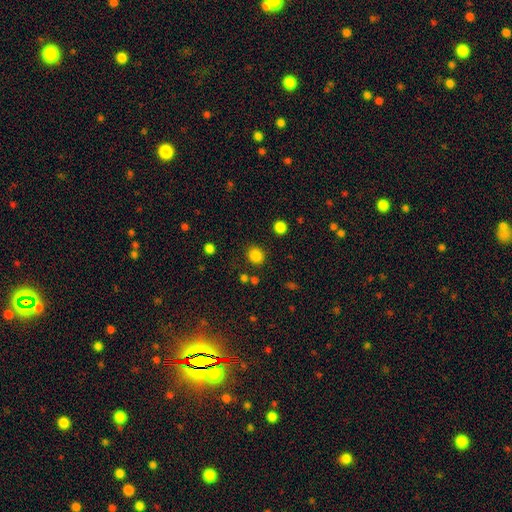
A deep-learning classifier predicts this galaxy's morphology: This is clearly a smooth galaxy (84%). How rounded: likely round (74%). Merging: clearly none (84%).